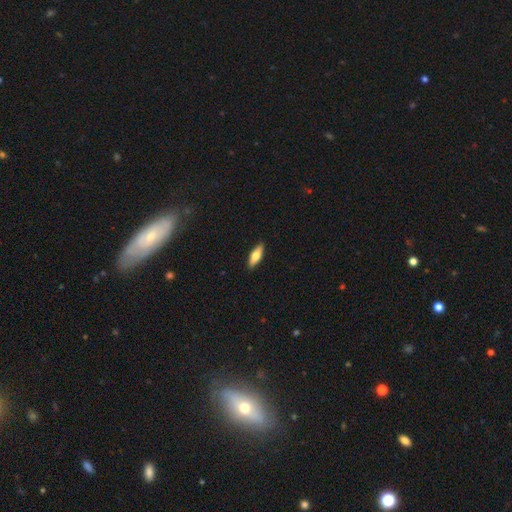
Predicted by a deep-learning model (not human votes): Q: Smooth or featured?
A: smooth (65%); runner-up: featured or disk (29%)
Q: How rounded?
A: in between (58%); runner-up: cigar-shaped (39%)
Q: Merging?
A: none (90%); runner-up: minor disturbance (7%)